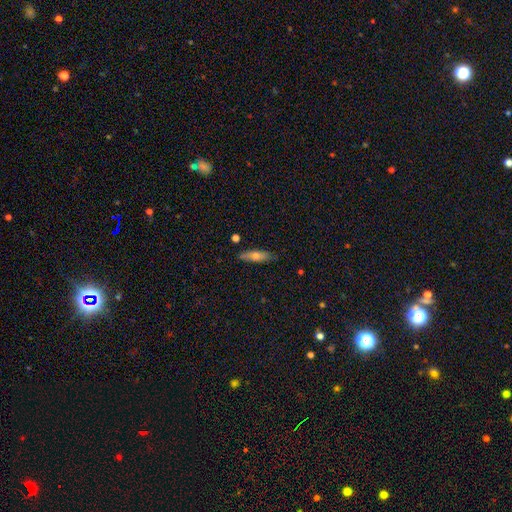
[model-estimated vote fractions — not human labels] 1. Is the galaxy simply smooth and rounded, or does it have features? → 62% smooth, 31% featured or disk, 7% star or artifact.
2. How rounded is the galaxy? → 57% cigar-shaped, 41% in between, 3% round.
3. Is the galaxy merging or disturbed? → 84% none, 12% minor disturbance, 2% major disturbance, 2% merger.